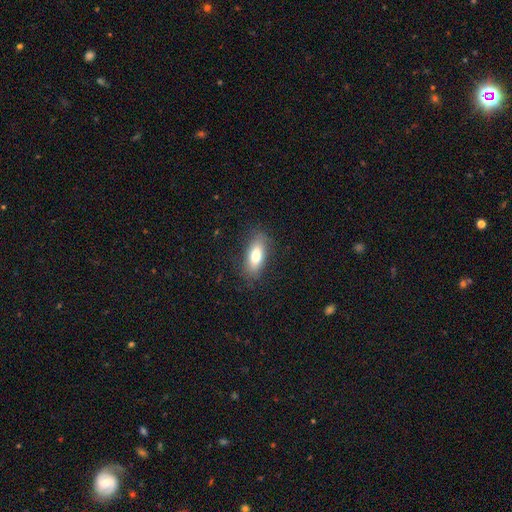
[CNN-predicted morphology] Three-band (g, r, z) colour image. It shows a smooth galaxy with no disk features (77%) that is in between round and cigar-shaped (78%). Merging: none (82%).